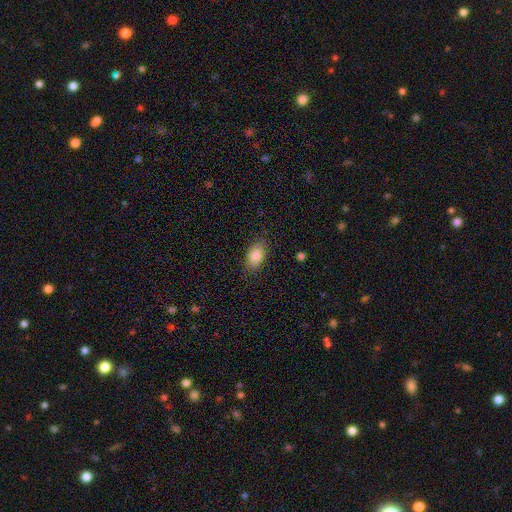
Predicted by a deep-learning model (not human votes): Smooth or featured?
  - smooth: 86% *
  - star or artifact: 8%
  - featured or disk: 7%
How rounded?
  - in between: 89% *
  - round: 9%
  - cigar-shaped: 2%
Merging?
  - none: 83% *
  - minor disturbance: 13%
  - major disturbance: 3%
  - merger: 1%